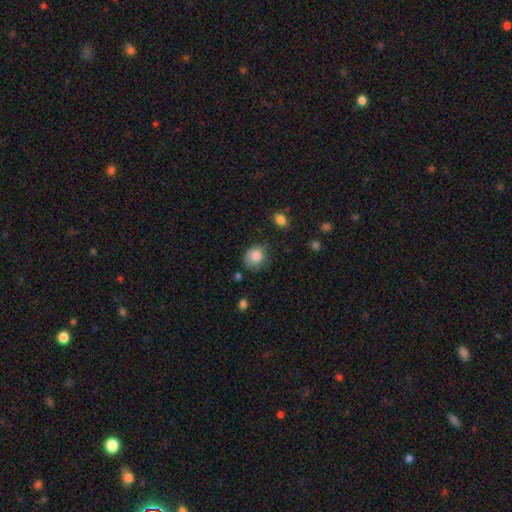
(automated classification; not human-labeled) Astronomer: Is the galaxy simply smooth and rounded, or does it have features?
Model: smooth — 83%.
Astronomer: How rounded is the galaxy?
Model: round — 70%.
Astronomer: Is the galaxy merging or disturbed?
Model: none — 60%.